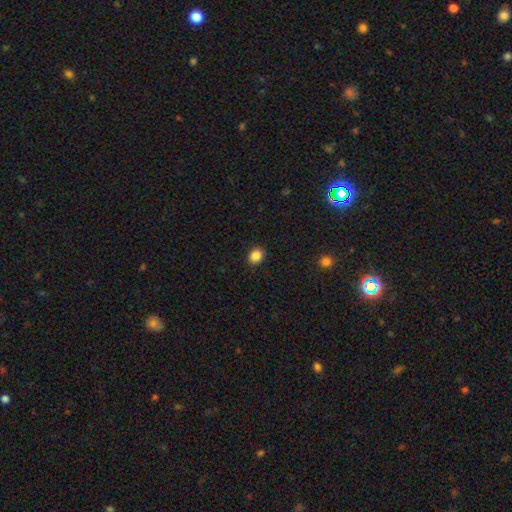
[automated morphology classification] smooth 86%, star or artifact 10%, featured or disk 3%. Down the decision tree: how rounded — round (61%); merging — none (91%).